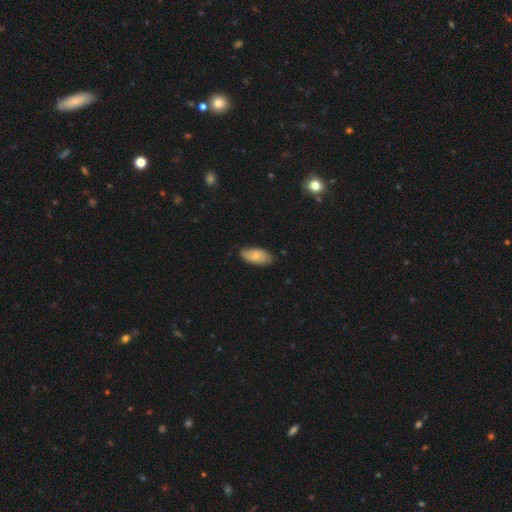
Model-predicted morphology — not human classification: A smooth galaxy with no disk features (72%) that is in between round and cigar-shaped (93%). Merging: none (79%).